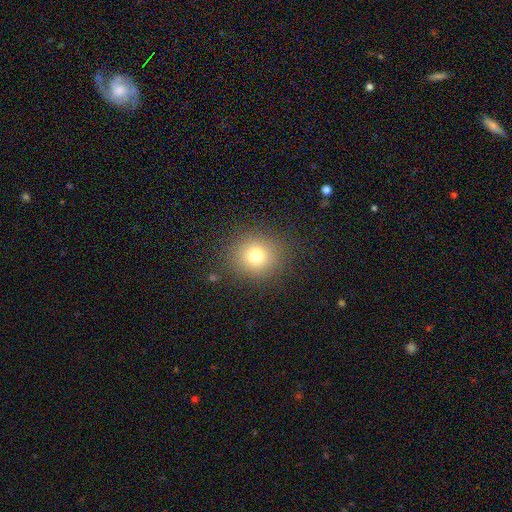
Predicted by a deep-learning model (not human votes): Morphology: type=smooth (76%); roundness=round (86%); merging=none (87%).